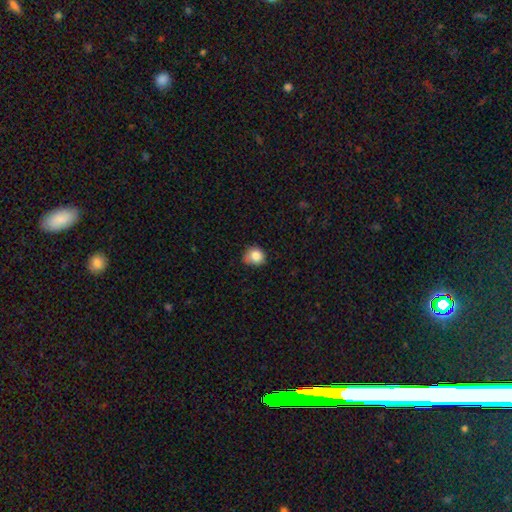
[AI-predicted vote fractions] A smooth galaxy with no disk features (83%) that is round (76%). Merging: none (61%).